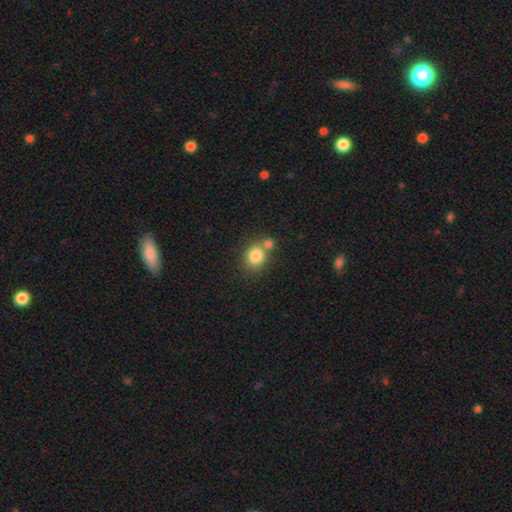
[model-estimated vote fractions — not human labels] A smooth galaxy with no disk features (82%) that is round (73%).

Vote fractions:
- Smooth or featured? smooth: 82% / star or artifact: 10% / featured or disk: 8%
- How rounded? round: 73% / in between: 27% / cigar-shaped: 1%
- Merging? none: 53% / merger: 33% / minor disturbance: 10% / major disturbance: 4%